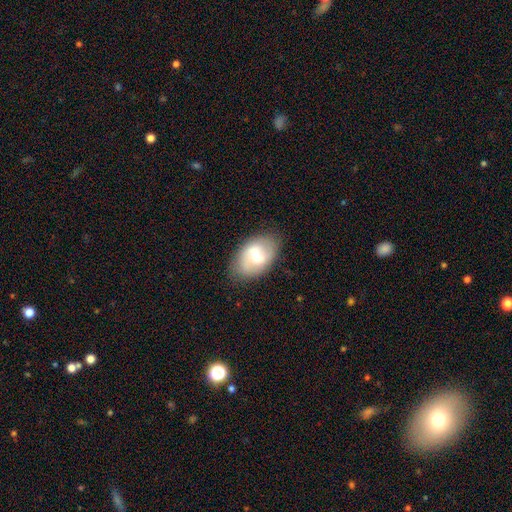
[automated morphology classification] A featured or disk galaxy (51%). Merging: none (78%).